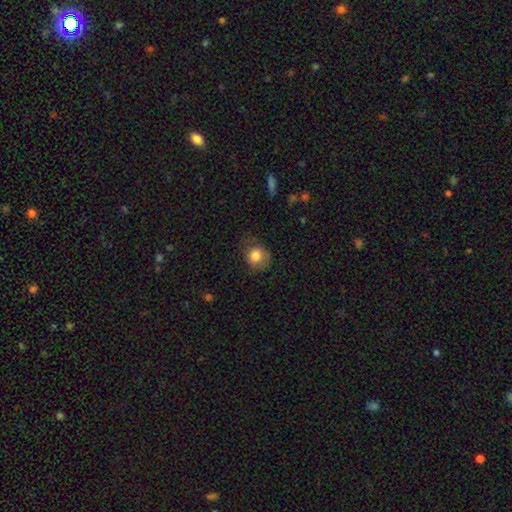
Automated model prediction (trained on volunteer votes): Smooth or featured? Predicted: smooth (p=0.80). How rounded? Predicted: round (p=0.74). Merging? Predicted: none (p=0.58).